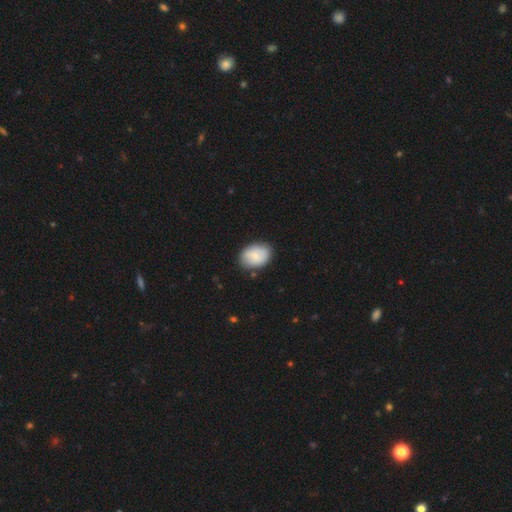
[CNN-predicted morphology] smooth-or-featured: smooth: 75% | featured or disk: 19% | star or artifact: 6%
  how-rounded: in between: 76% | round: 23% | cigar-shaped: 1%
  merging: none: 81% | minor disturbance: 14% | major disturbance: 3% | merger: 2%